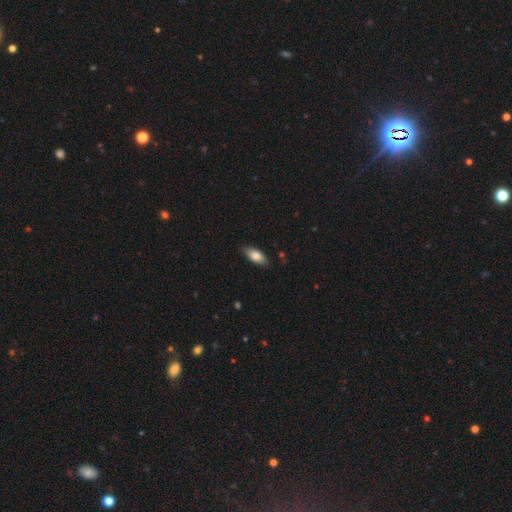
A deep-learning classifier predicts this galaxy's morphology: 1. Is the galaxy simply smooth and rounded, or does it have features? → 77% smooth, 17% featured or disk, 6% star or artifact.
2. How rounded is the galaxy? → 83% in between, 14% cigar-shaped, 3% round.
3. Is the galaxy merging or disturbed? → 84% none, 13% minor disturbance, 2% major disturbance, 1% merger.